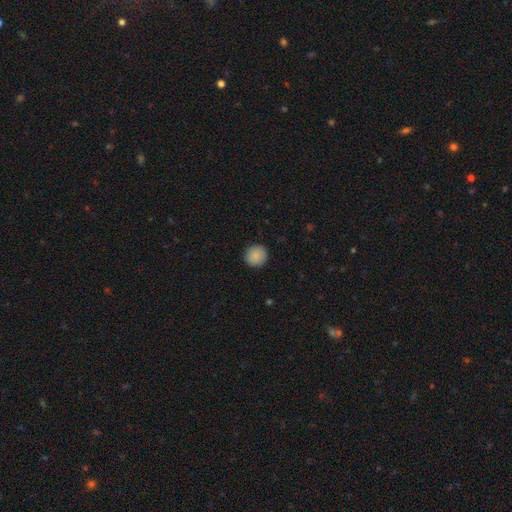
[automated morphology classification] This is clearly a smooth galaxy (88%). How rounded: clearly round (94%). Merging: clearly none (91%).